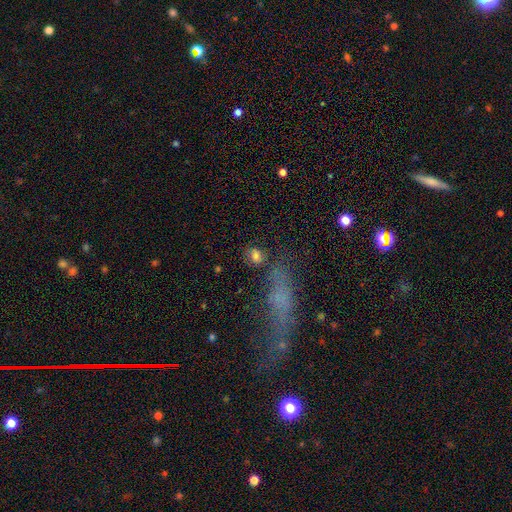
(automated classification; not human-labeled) smooth-or-featured: smooth: 71% | star or artifact: 16% | featured or disk: 13%
  how-rounded: round: 60% | in between: 37% | cigar-shaped: 3%
  merging: none: 67% | minor disturbance: 16% | merger: 9% | major disturbance: 8%